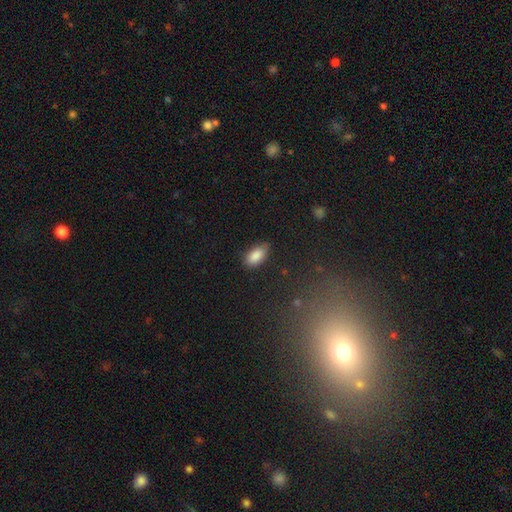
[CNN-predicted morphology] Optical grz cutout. It shows a smooth galaxy with no disk features (87%) that is in between round and cigar-shaped (92%). Merging: none (74%).